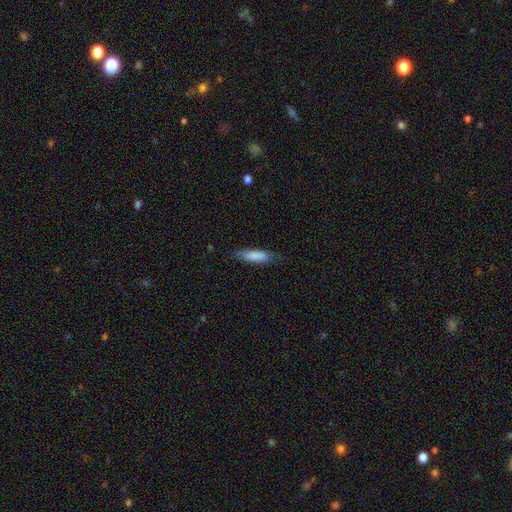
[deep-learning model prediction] Smooth or featured: smooth — 81% (featured or disk — 13%)
How rounded: cigar-shaped — 62% (in between — 36%)
Merging: none — 75% (minor disturbance — 19%)